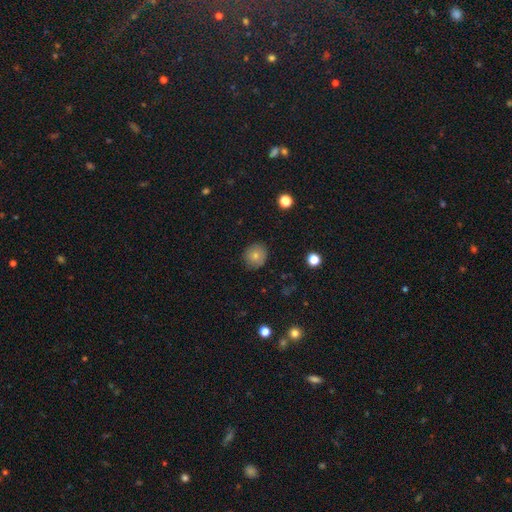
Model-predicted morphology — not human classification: Smooth or featured: smooth — 76% (featured or disk — 13%)
How rounded: round — 87% (in between — 12%)
Merging: none — 85% (minor disturbance — 11%)